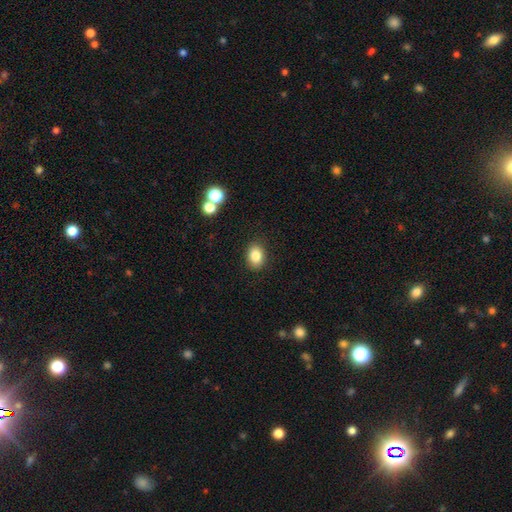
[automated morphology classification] smooth 84%, star or artifact 9%, featured or disk 7%. Down the decision tree: how rounded — in between (73%); merging — none (88%).